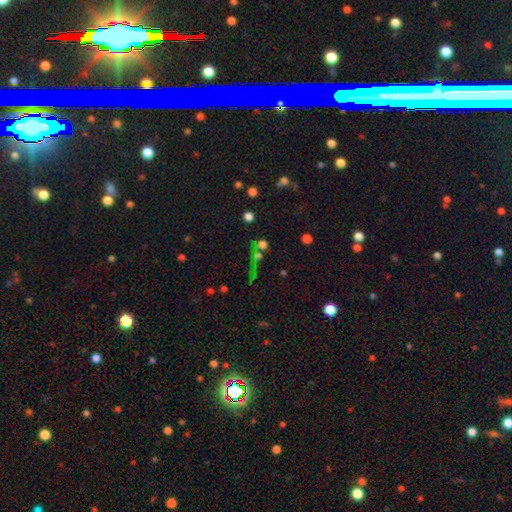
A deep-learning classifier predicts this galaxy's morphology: Q: Smooth or featured?
A: star or artifact (54%); runner-up: smooth (35%)